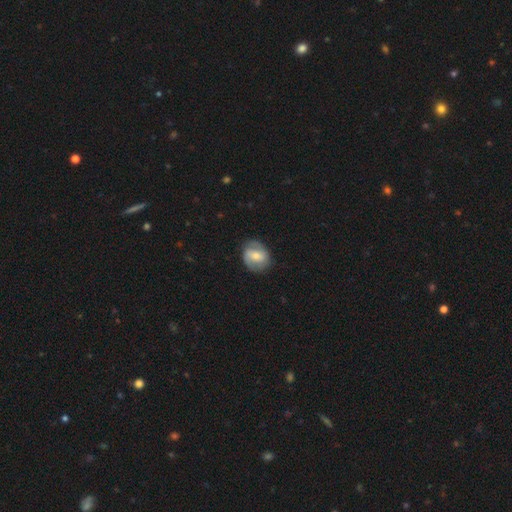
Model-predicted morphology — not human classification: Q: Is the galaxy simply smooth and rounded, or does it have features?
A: featured or disk — 50%.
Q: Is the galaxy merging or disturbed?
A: none — 78%.